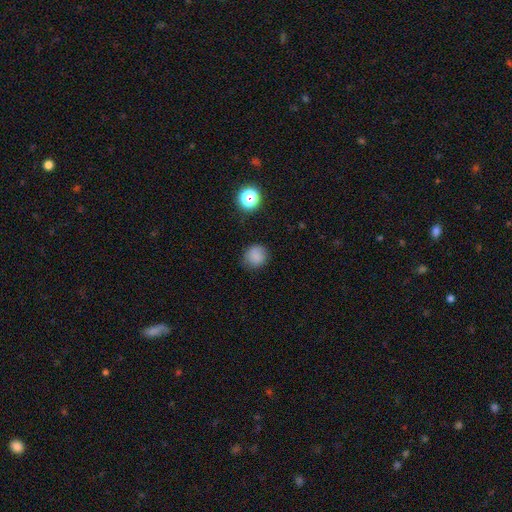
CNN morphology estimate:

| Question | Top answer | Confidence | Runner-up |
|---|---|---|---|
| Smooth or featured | smooth | 81% | star or artifact (14%) |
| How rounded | round | 87% | in between (12%) |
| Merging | none | 81% | minor disturbance (14%) |